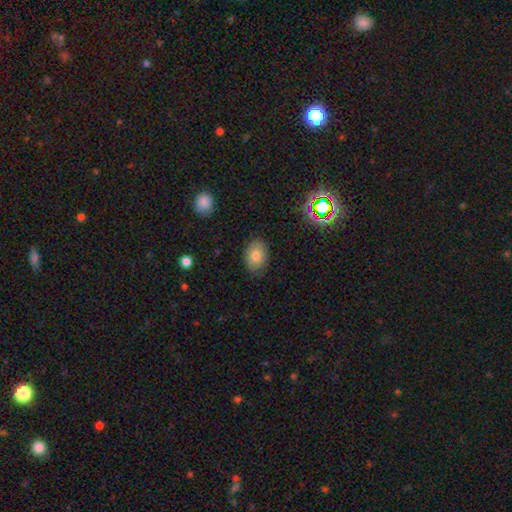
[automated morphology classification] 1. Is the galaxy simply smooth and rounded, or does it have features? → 78% smooth, 12% featured or disk, 10% star or artifact.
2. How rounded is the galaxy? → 76% in between, 23% round, 1% cigar-shaped.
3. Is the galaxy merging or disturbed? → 84% none, 12% minor disturbance, 3% major disturbance, 1% merger.